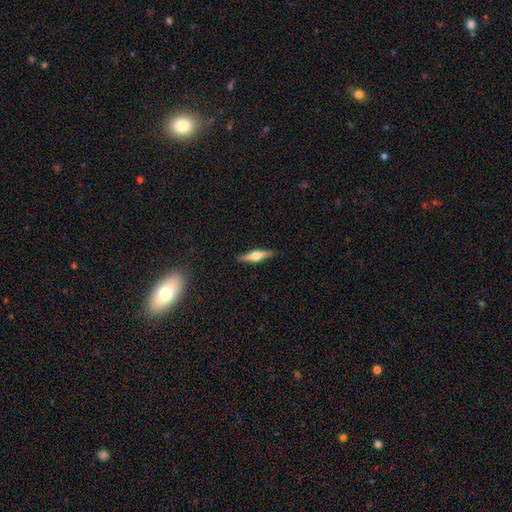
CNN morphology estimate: This is possibly a featured or disk galaxy (51%). It is clearly viewed edge-on (94%). Merging: clearly none (87%).